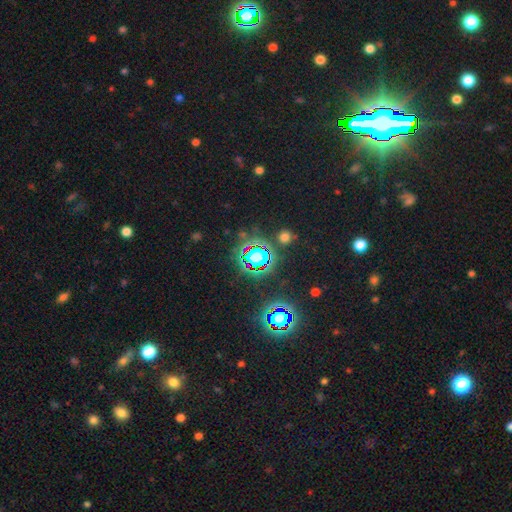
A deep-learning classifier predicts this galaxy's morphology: smooth_or_featured: star or artifact (p=0.70) [alt: smooth p=0.19]